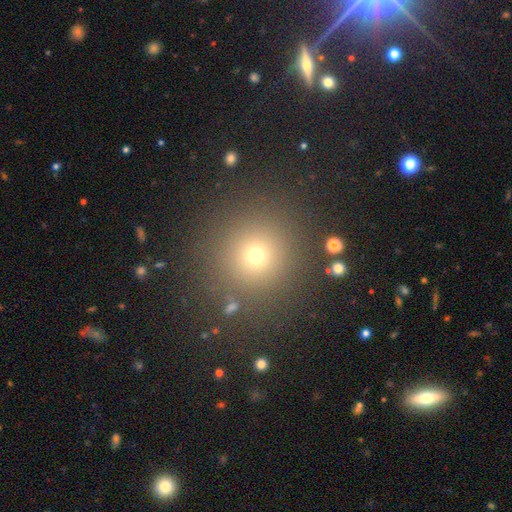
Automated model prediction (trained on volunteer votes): The model was most divided on "smooth or featured": smooth: 67%, star or artifact: 27%, featured or disk: 7%. More confident: how rounded — round (94%); merging — none (89%).